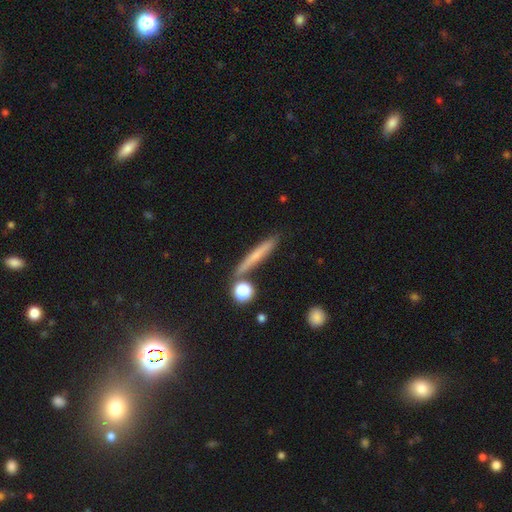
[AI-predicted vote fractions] Morphology: type=smooth (55%); roundness=cigar-shaped (89%); merging=none (79%).